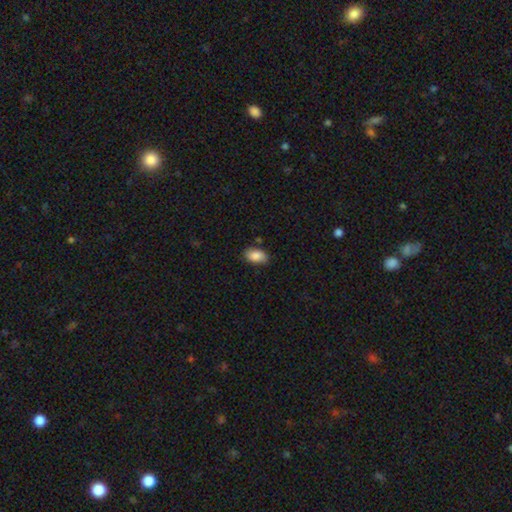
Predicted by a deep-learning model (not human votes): Smooth or featured: smooth — 87% (star or artifact — 7%)
How rounded: in between — 92% (round — 6%)
Merging: none — 80% (minor disturbance — 15%)